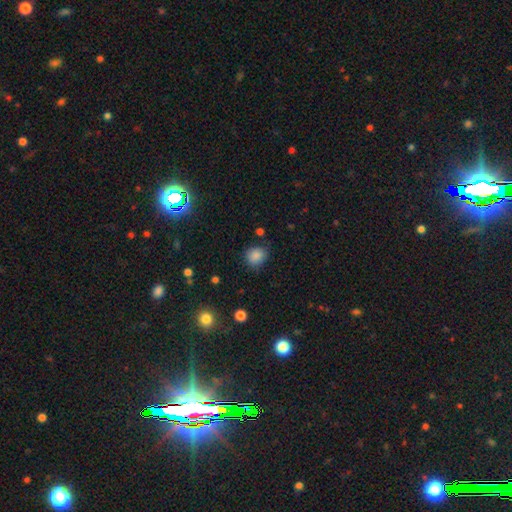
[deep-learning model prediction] Q: Smooth or featured?
A: smooth (85%); runner-up: star or artifact (11%)
Q: How rounded?
A: round (82%); runner-up: in between (17%)
Q: Merging?
A: none (79%); runner-up: minor disturbance (16%)